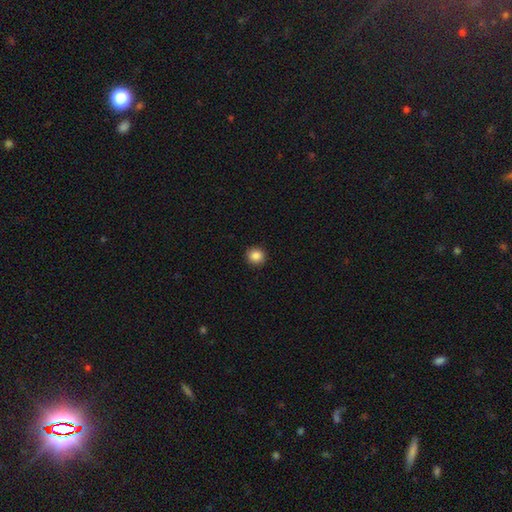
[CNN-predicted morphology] Smooth or featured?
  - smooth: 87% *
  - star or artifact: 9%
  - featured or disk: 4%
How rounded?
  - round: 92% *
  - in between: 7%
  - cigar-shaped: 1%
Merging?
  - none: 93% *
  - minor disturbance: 5%
  - major disturbance: 2%
  - merger: 1%